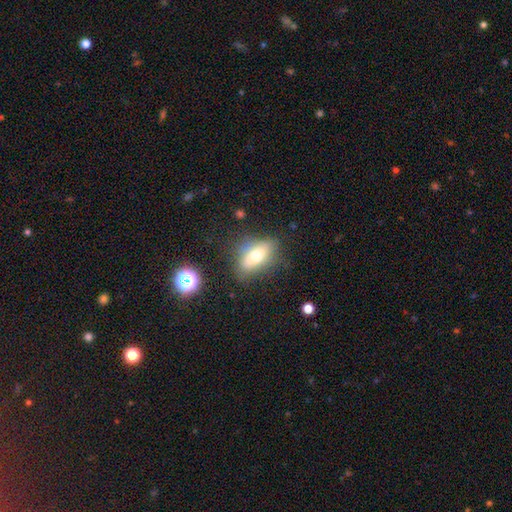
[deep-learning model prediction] The model was most divided on "smooth or featured": smooth: 61%, featured or disk: 29%, star or artifact: 10%. More confident: how rounded — in between (75%); merging — none (68%).